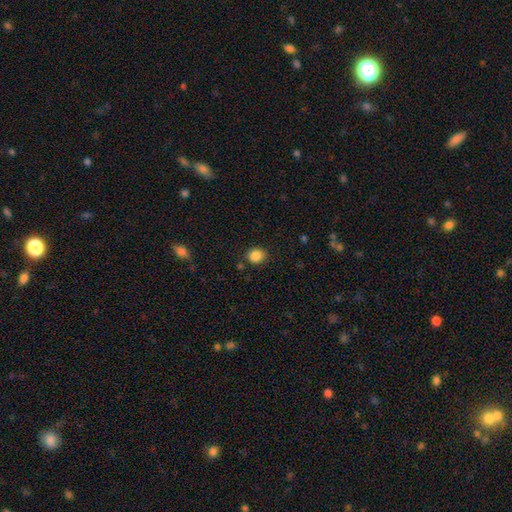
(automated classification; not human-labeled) smooth_or_featured: smooth (p=0.86) [alt: star or artifact p=0.10]
how_rounded: round (p=0.73) [alt: in between p=0.26]
merging: none (p=0.84) [alt: minor disturbance p=0.11]